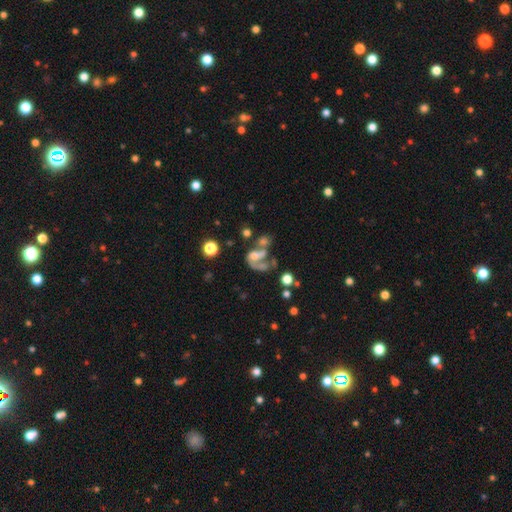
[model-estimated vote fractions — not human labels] smooth-or-featured: featured or disk: 56% | smooth: 30% | star or artifact: 14%
  disk-edge-on: no: 97% | yes: 3%
    bar: no: 70% | weak: 21% | strong: 9%
    has-spiral-arms: yes: 53% | no: 47%
    bulge-size: none: 37% | moderate: 29% | small: 22% | large: 10% | dominant: 3%
  merging: merger: 39% | major disturbance: 32% | none: 19% | minor disturbance: 10%